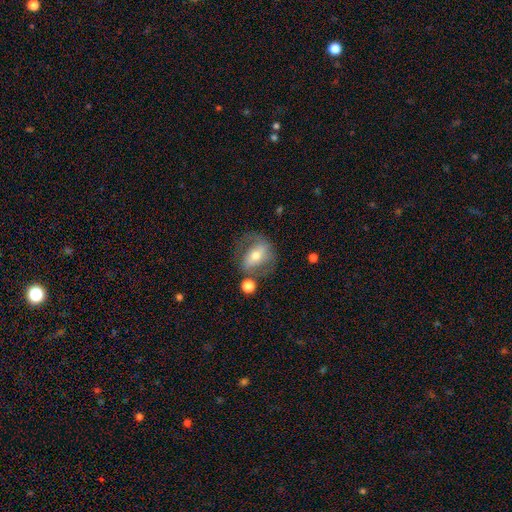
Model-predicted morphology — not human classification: Smooth or featured: featured or disk — 55% (smooth — 38%)
Edge-on disk: no — 91% (yes — 9%)
Merging: none — 57% (minor disturbance — 19%)